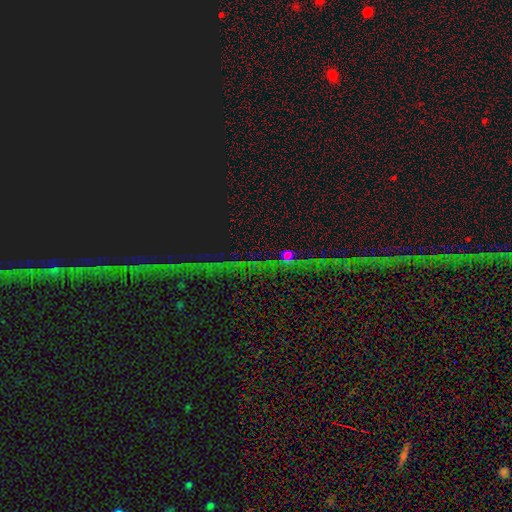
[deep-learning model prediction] Smooth or featured? star or artifact (73%)